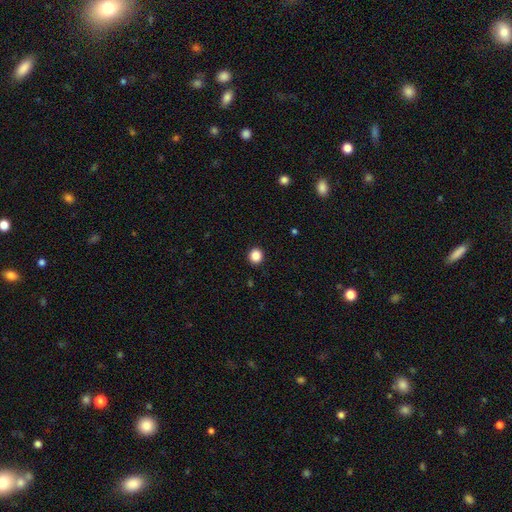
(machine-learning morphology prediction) smooth 87%, star or artifact 11%, featured or disk 3%. Down the decision tree: how rounded — round (89%); merging — none (93%).